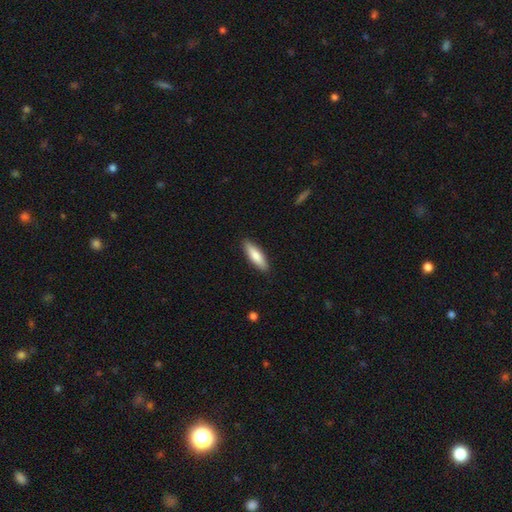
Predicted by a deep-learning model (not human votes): smooth_or_featured: smooth (p=0.77) [alt: featured or disk p=0.18]
how_rounded: cigar-shaped (p=0.56) [alt: in between p=0.42]
merging: none (p=0.89) [alt: minor disturbance p=0.08]